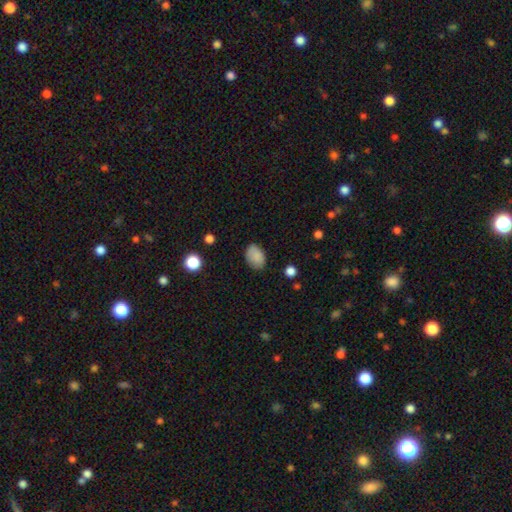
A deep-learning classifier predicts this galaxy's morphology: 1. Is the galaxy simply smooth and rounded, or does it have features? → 87% smooth, 8% star or artifact, 5% featured or disk.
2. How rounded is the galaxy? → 83% in between, 16% round, 1% cigar-shaped.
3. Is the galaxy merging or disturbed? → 80% none, 15% minor disturbance, 3% major disturbance, 1% merger.